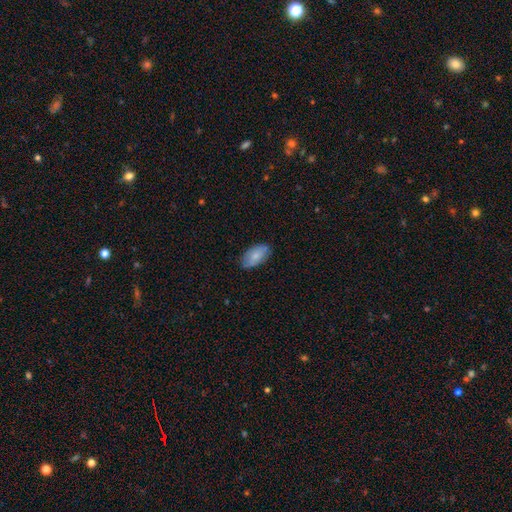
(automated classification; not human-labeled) Smooth or featured? Predicted: smooth (p=0.78). How rounded? Predicted: in between (p=0.94). Merging? Predicted: none (p=0.78).